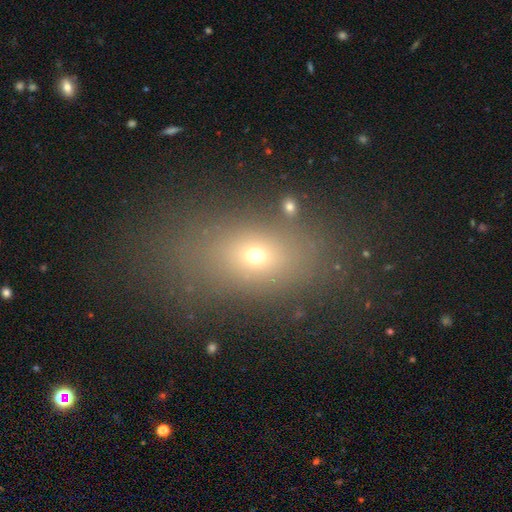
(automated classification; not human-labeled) Smooth or featured? smooth (60%)
How rounded? in between (70%)
Merging? none (76%)